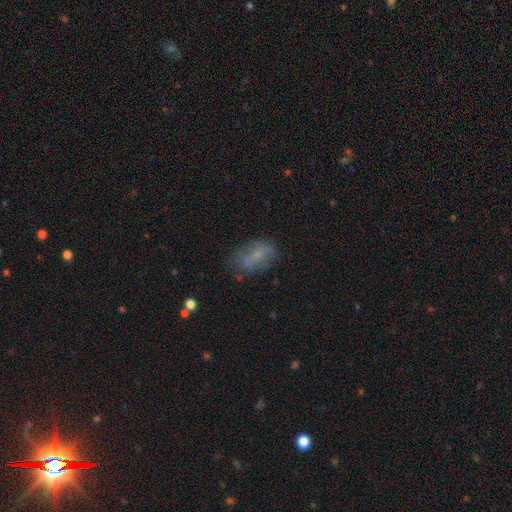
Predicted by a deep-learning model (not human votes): Morphology: type=smooth (61%); roundness=in between (87%); merging=none (65%).